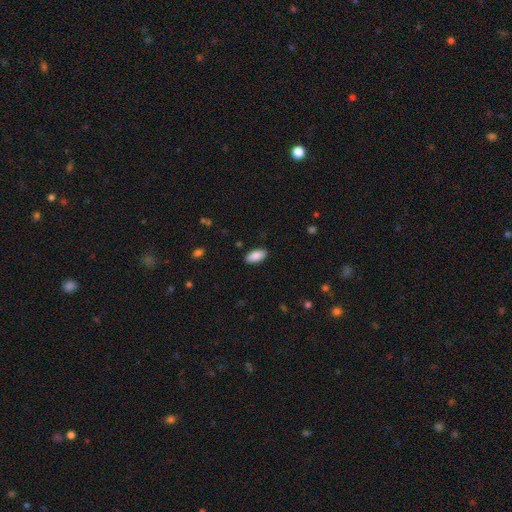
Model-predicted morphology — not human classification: This appears to be a smooth galaxy with no disk features (89%) that is in between round and cigar-shaped (91%). Merging: none (88%).